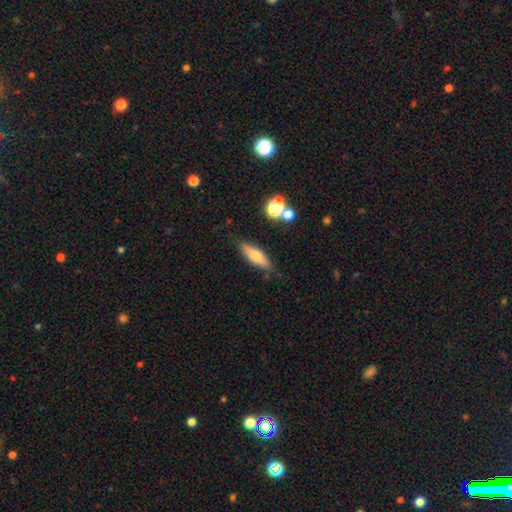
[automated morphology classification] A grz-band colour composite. It shows a smooth galaxy with no disk features (65%) that is cigar-shaped (51%). Merging: none (78%).